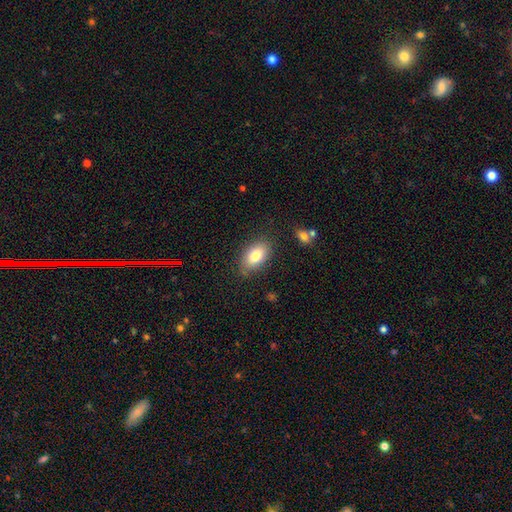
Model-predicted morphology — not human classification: Smooth or featured: smooth — 80% (featured or disk — 13%)
How rounded: in between — 91% (round — 7%)
Merging: none — 81% (minor disturbance — 14%)